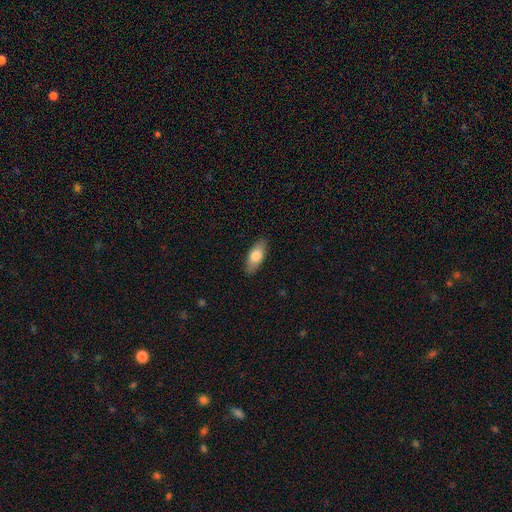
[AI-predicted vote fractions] A smooth galaxy with no disk features (75%) that is in between round and cigar-shaped (79%). Merging: none (88%).